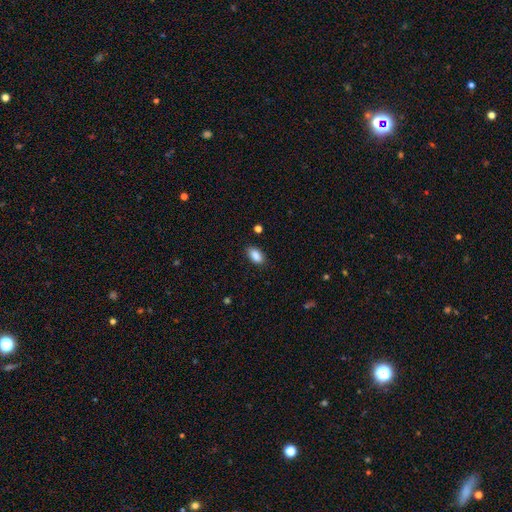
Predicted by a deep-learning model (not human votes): This is clearly a smooth galaxy (88%). How rounded: clearly in between (92%). Merging: clearly none (85%).